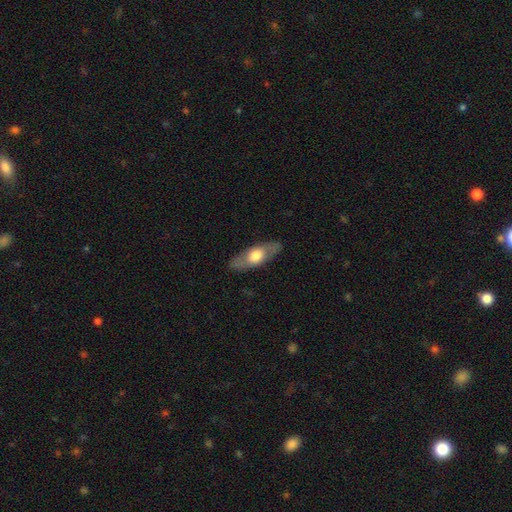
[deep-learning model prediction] A smooth galaxy with no disk features (50%) that is in between round and cigar-shaped (68%).

Vote fractions:
- Smooth or featured? smooth: 50% / featured or disk: 45% / star or artifact: 5%
- How rounded? in between: 68% / cigar-shaped: 28% / round: 4%
- Merging? none: 85% / minor disturbance: 11% / major disturbance: 3% / merger: 1%